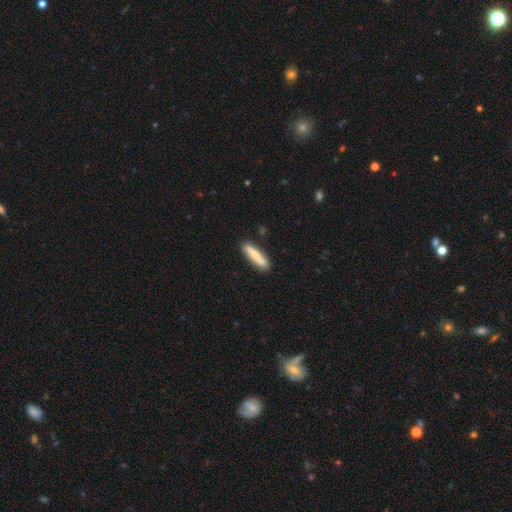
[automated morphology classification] The model was most divided on "smooth or featured": smooth: 78%, featured or disk: 16%, star or artifact: 6%. More confident: merging — none (84%); how rounded — cigar-shaped (83%).